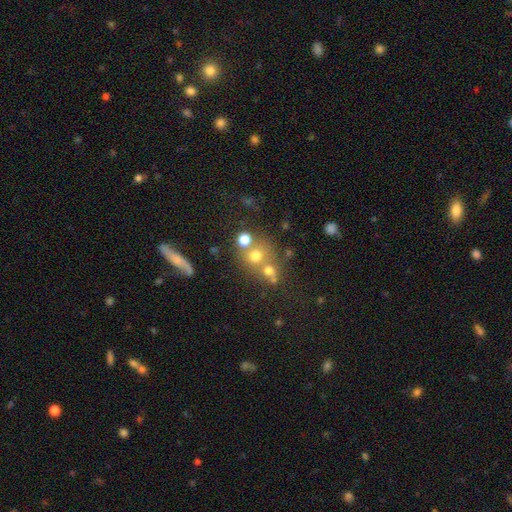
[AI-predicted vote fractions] This appears to be a smooth galaxy with no disk features (65%) that is round (83%). Merging: none (51%).